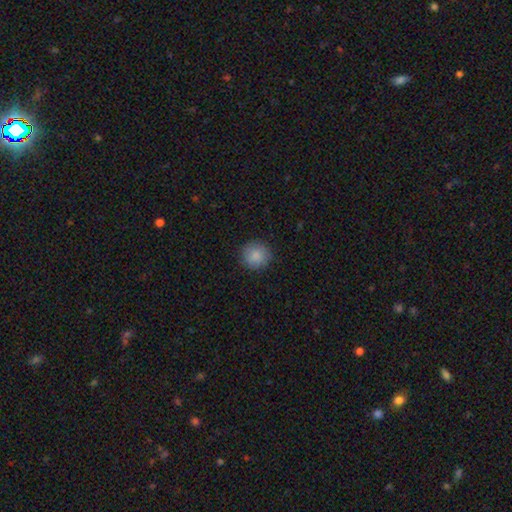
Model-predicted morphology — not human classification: This is clearly a smooth galaxy (87%). How rounded: clearly round (92%). Merging: clearly none (89%).